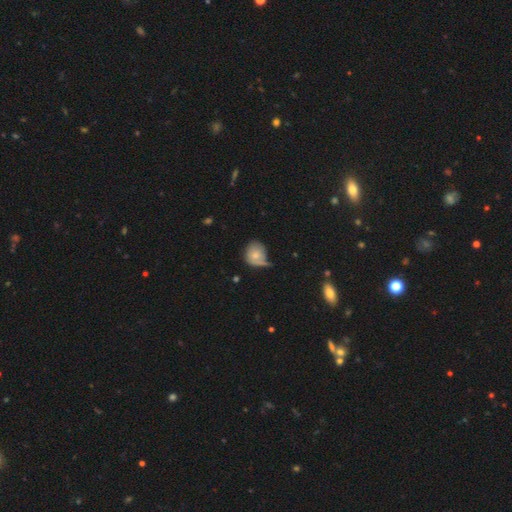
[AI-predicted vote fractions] Overall: smooth (69%). How rounded: round (71%). Merging: none (44%; minor disturbance 32%).